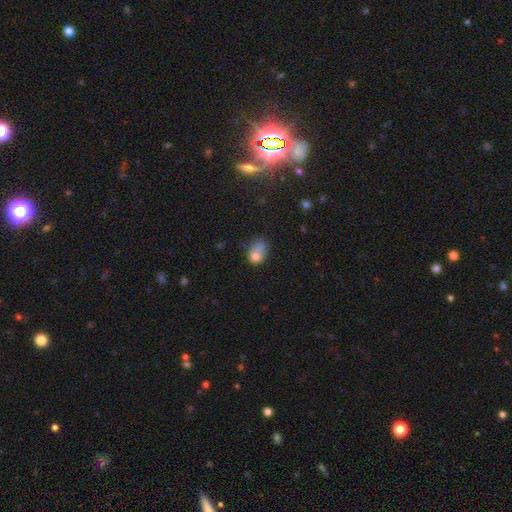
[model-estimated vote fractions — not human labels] Overall: smooth (72%). How rounded: in between (64%; round 35%). Merging: merger (28%; none 27%).